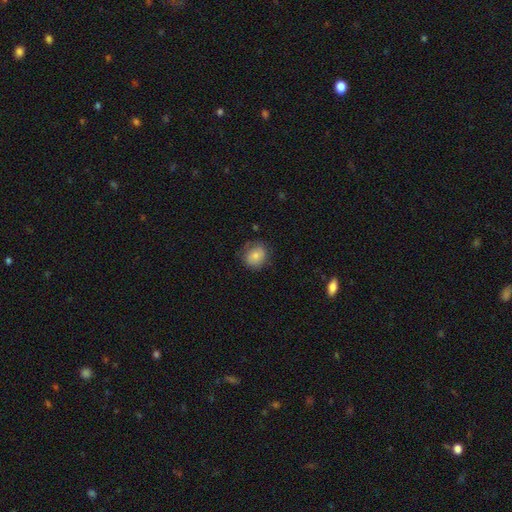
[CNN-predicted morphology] Q: Smooth or featured?
A: smooth (77%); runner-up: featured or disk (15%)
Q: How rounded?
A: round (64%); runner-up: in between (35%)
Q: Merging?
A: none (69%); runner-up: minor disturbance (21%)